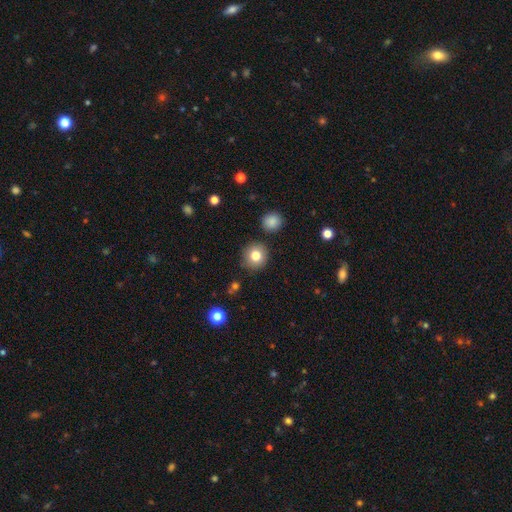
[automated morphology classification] Smooth or featured? Predicted: smooth (p=0.81). How rounded? Predicted: round (p=0.91). Merging? Predicted: none (p=0.86).